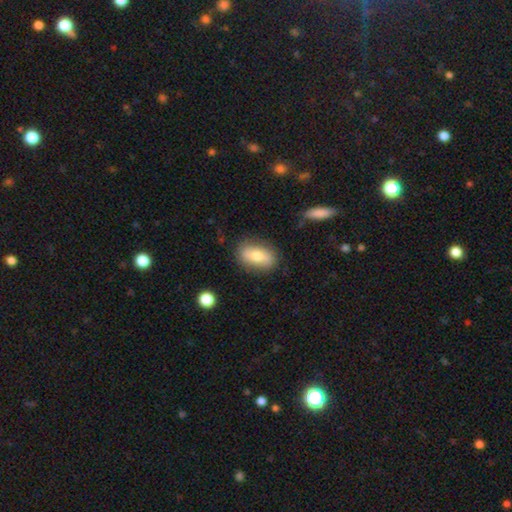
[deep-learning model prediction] smooth 68%, featured or disk 25%, star or artifact 7%. Down the decision tree: how rounded — in between (88%); merging — none (82%).